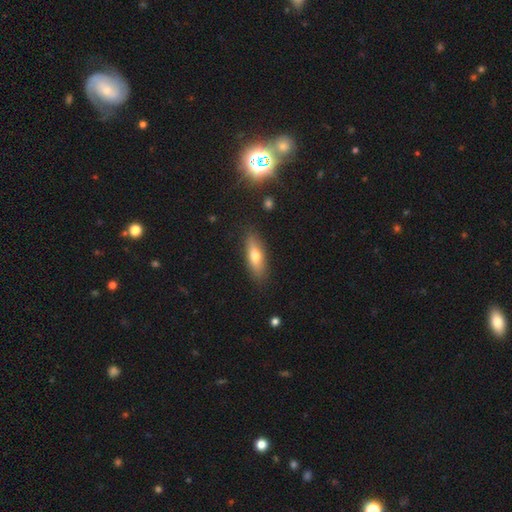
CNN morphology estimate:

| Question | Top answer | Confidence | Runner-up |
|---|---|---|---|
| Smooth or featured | smooth | 64% | featured or disk (29%) |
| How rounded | in between | 53% | cigar-shaped (44%) |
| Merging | none | 84% | minor disturbance (12%) |